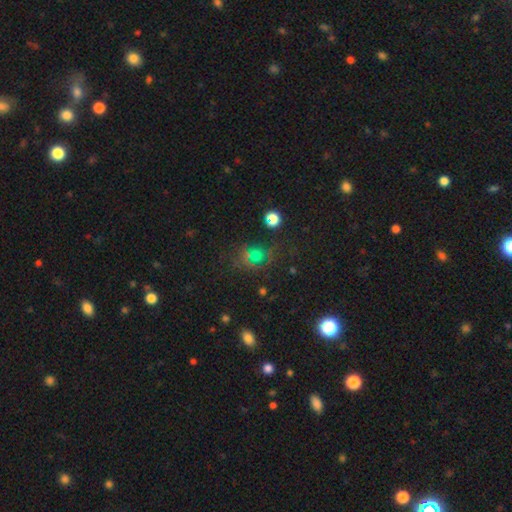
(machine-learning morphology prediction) Overall: smooth (42%; star or artifact 34%). Merging: none (55%; minor disturbance 18%).